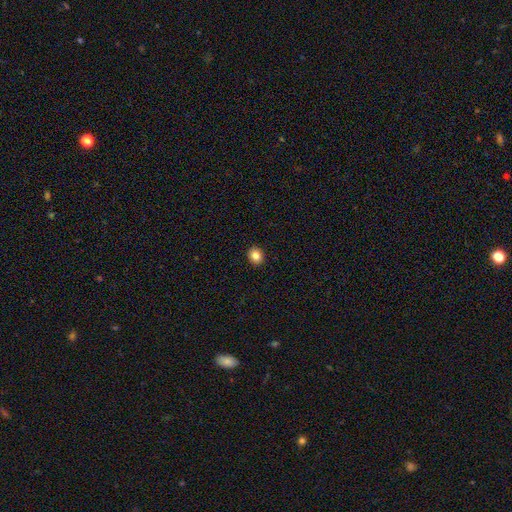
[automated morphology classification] Smooth or featured? smooth (84%)
How rounded? round (67%)
Merging? none (92%)